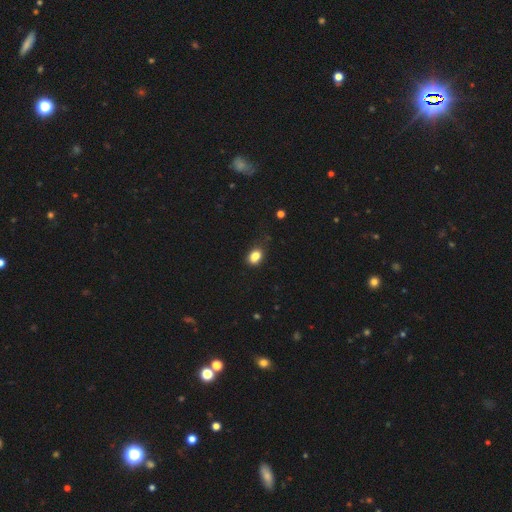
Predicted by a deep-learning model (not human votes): smooth-or-featured: smooth: 84% | star or artifact: 10% | featured or disk: 6%
  how-rounded: in between: 70% | round: 29% | cigar-shaped: 1%
  merging: none: 68% | minor disturbance: 24% | major disturbance: 5% | merger: 2%